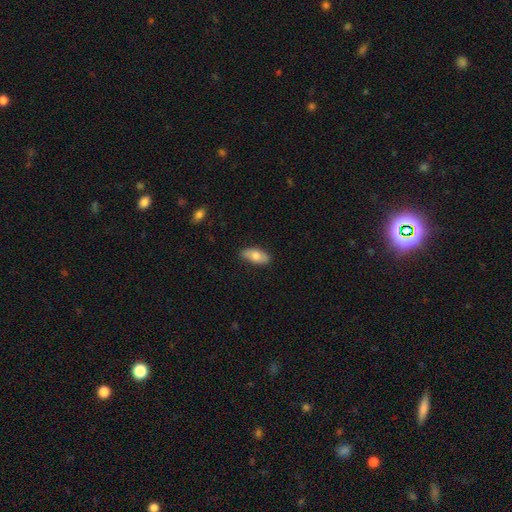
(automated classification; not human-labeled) Smooth or featured: smooth — 76% (featured or disk — 18%)
How rounded: in between — 88% (cigar-shaped — 10%)
Merging: none — 83% (minor disturbance — 14%)